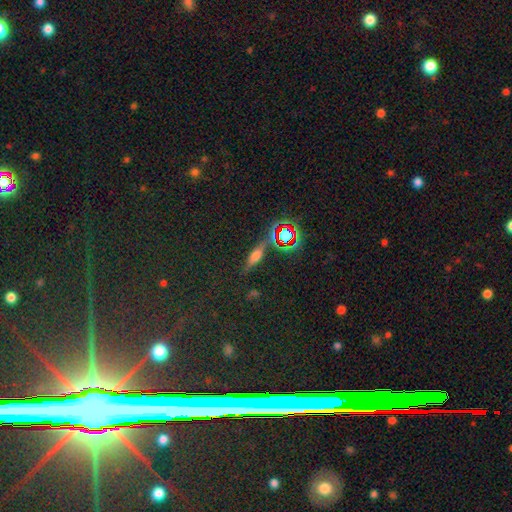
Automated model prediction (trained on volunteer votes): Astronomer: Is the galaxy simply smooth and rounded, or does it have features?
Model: smooth — 44% (runner-up: featured or disk, 31%).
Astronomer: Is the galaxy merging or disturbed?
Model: none — 78%.